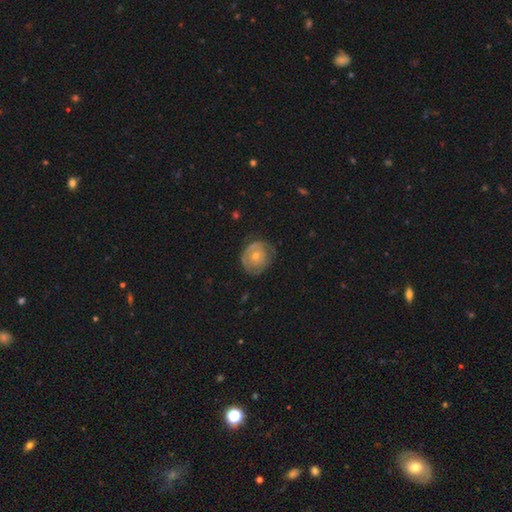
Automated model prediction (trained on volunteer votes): Smooth or featured? featured or disk (57%)
Edge-on disk? no (96%)
Bar? no (85%)
Spiral arms? yes (61%)
Bulge size? small (50%)
Merging? none (71%)